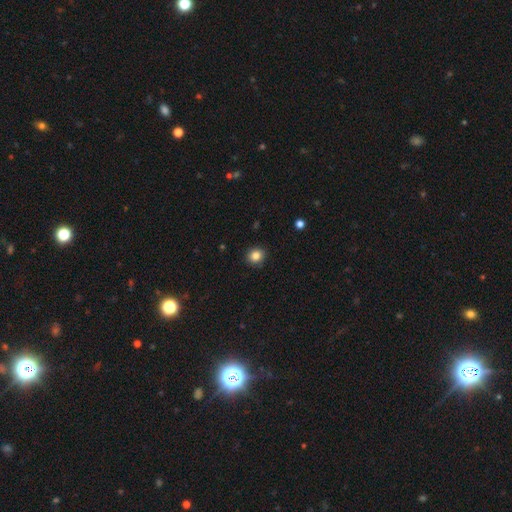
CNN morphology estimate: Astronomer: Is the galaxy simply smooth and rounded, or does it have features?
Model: smooth — 84%.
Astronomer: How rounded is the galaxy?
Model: round — 82%.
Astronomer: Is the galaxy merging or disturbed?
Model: none — 90%.